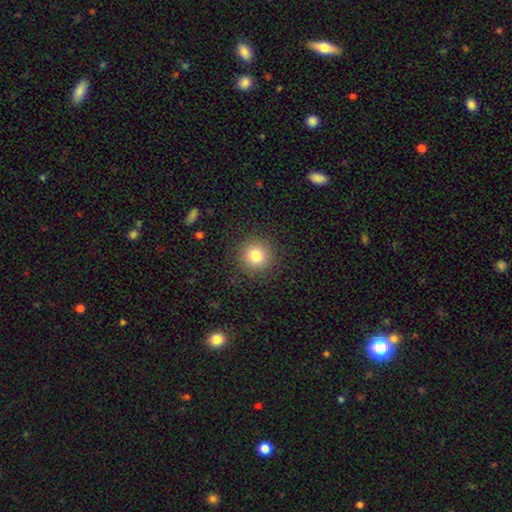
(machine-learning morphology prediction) smooth 81%, star or artifact 11%, featured or disk 7%. Down the decision tree: how rounded — round (94%); merging — none (90%).